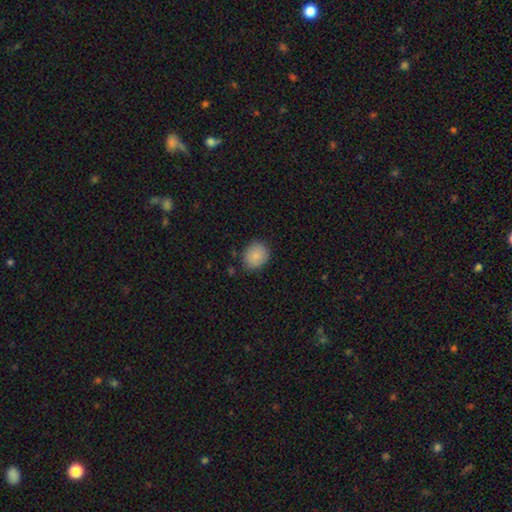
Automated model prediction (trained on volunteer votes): Smooth or featured: smooth — 85% (star or artifact — 8%)
How rounded: round — 59% (in between — 40%)
Merging: none — 79% (minor disturbance — 16%)